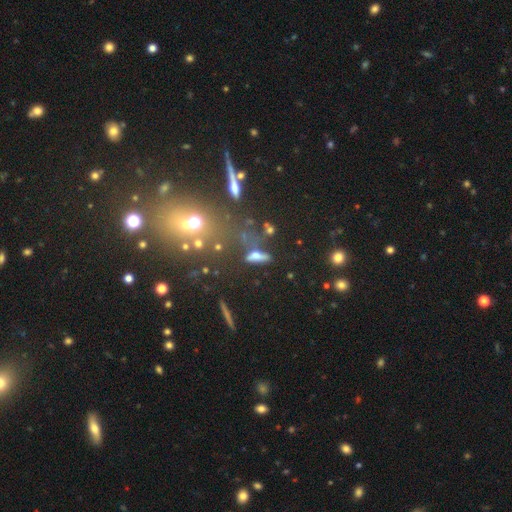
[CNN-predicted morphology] A smooth galaxy with no disk features (50%) that is in between round and cigar-shaped (46%). Merging: none (55%).